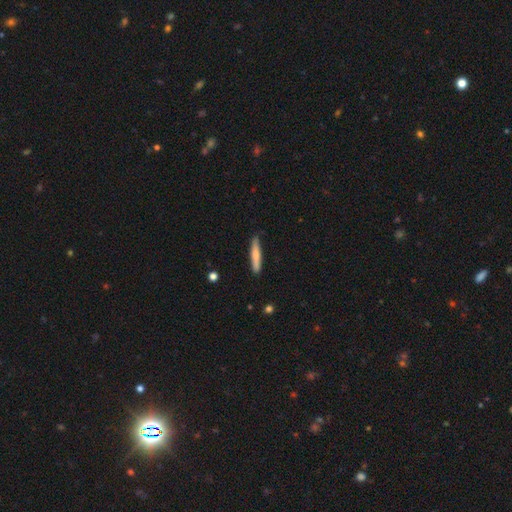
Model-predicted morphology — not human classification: Smooth or featured? smooth (67%)
How rounded? cigar-shaped (91%)
Merging? none (85%)